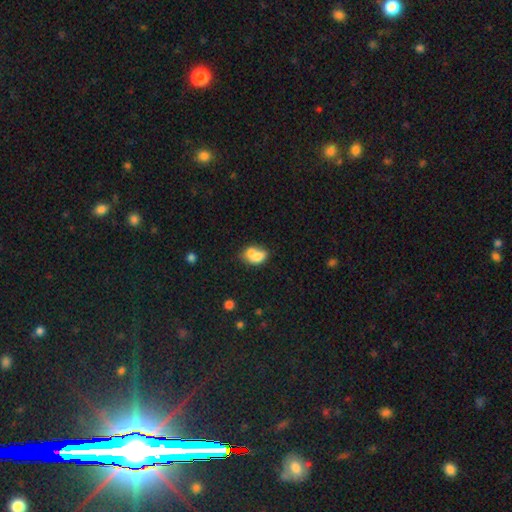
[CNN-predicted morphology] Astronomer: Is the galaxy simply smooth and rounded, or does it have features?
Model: smooth — 71%.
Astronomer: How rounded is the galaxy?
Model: in between — 69%.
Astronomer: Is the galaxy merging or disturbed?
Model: merger — 60%.